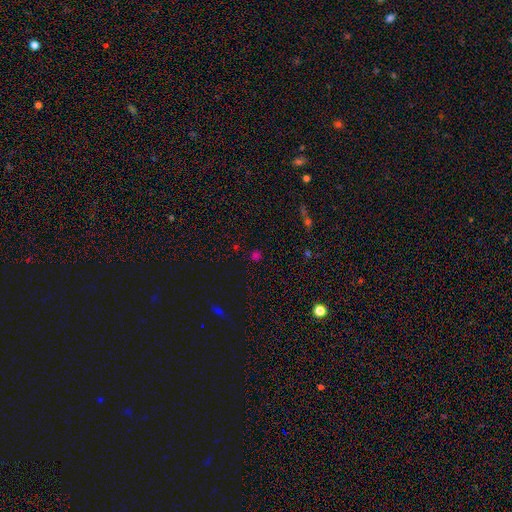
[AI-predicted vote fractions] Smooth or featured? Predicted: smooth (p=0.55). How rounded? Predicted: round (p=0.87). Merging? Predicted: none (p=0.84).